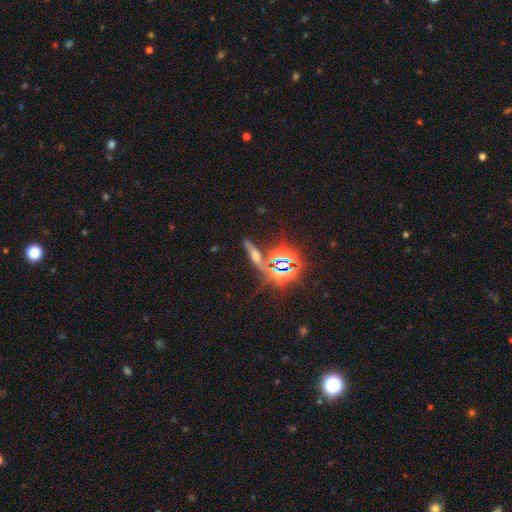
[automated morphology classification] star or artifact 42%, smooth 30%, featured or disk 28%.